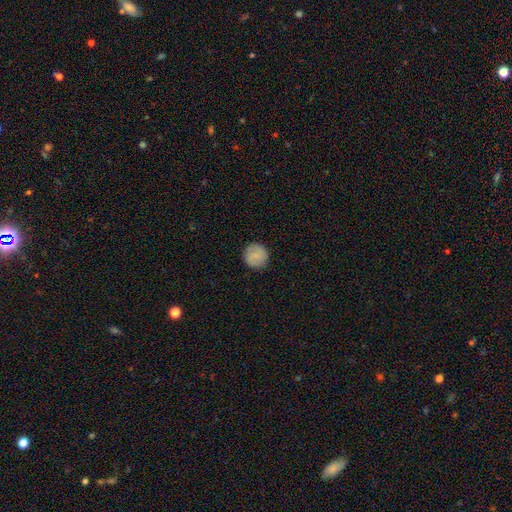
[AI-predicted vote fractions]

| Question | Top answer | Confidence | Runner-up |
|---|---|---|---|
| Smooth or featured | smooth | 77% | featured or disk (16%) |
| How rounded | round | 93% | in between (6%) |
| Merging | none | 89% | minor disturbance (8%) |